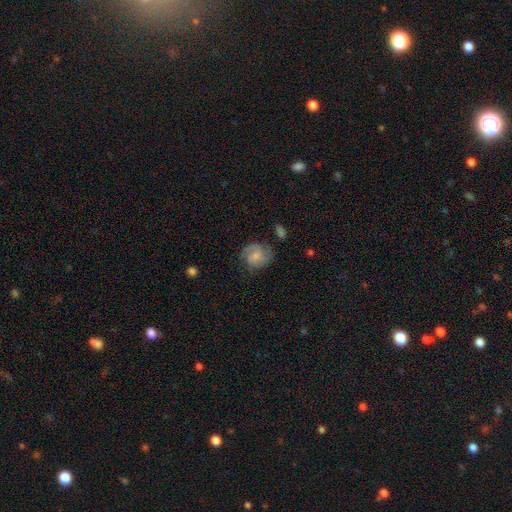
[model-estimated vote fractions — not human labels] smooth_or_featured: featured or disk (p=0.62) [alt: smooth p=0.31]
disk_edge_on: no (p=0.98) [alt: yes p=0.02]
bar: no (p=0.67) [alt: weak p=0.29]
has_spiral_arms: yes (p=0.92) [alt: no p=0.08]
spiral_winding: tight (p=0.43) [tied with: medium p=0.43]
spiral_arm_count: 2 (p=0.43) [alt: 3 p=0.23]
bulge_size: small (p=0.54) [alt: moderate p=0.29]
merging: none (p=0.68) [alt: minor disturbance p=0.20]